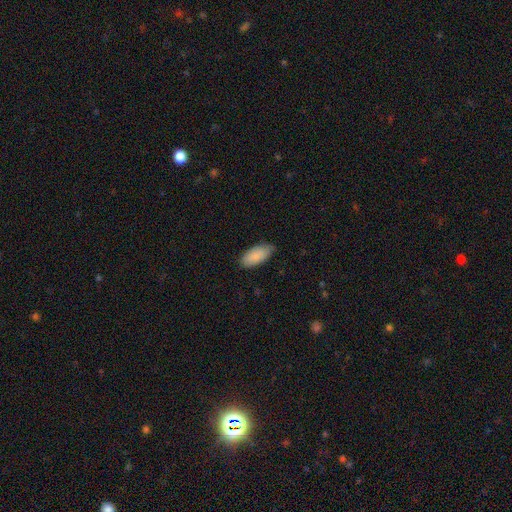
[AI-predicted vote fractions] smooth-or-featured: smooth: 88% | featured or disk: 7% | star or artifact: 6%
  how-rounded: in between: 91% | cigar-shaped: 7% | round: 2%
  merging: none: 78% | minor disturbance: 18% | major disturbance: 3% | merger: 1%